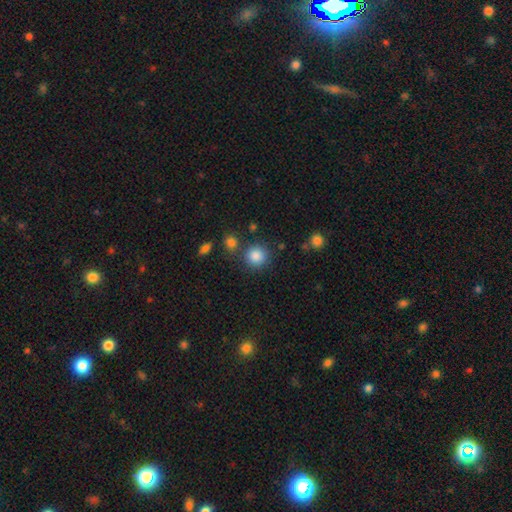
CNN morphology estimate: Q: Smooth or featured?
A: smooth (86%); runner-up: star or artifact (10%)
Q: How rounded?
A: round (91%); runner-up: in between (8%)
Q: Merging?
A: none (79%); runner-up: minor disturbance (9%)